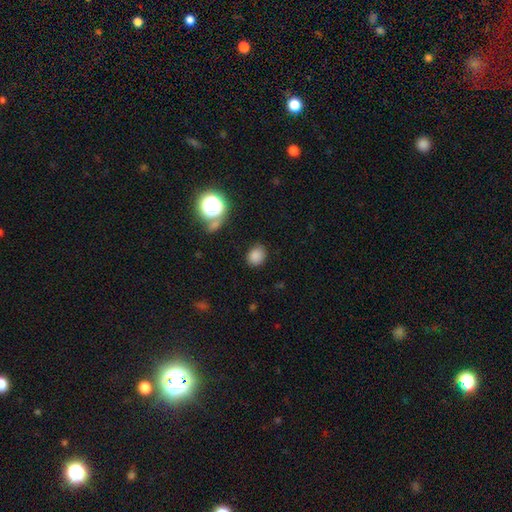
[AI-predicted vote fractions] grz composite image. It shows a smooth galaxy with no disk features (81%) that is round (54%). Merging: none (80%).